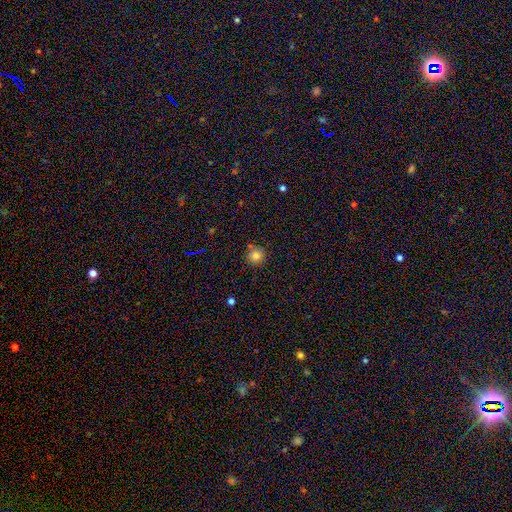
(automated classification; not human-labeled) A smooth galaxy with no disk features (82%) that is round (93%). Merging: none (77%).